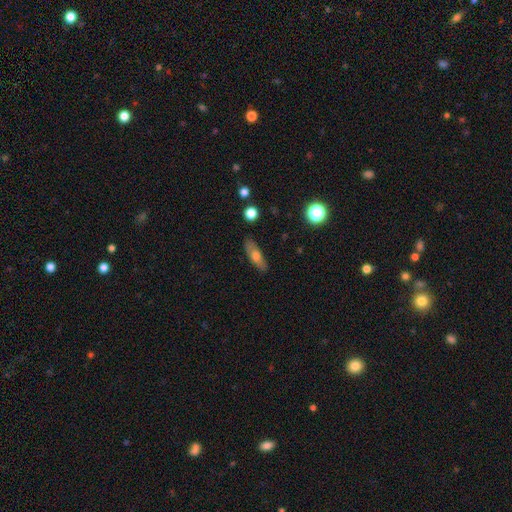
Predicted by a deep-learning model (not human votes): smooth-or-featured: smooth: 61% | featured or disk: 31% | star or artifact: 8%
  how-rounded: in between: 54% | cigar-shaped: 42% | round: 4%
  merging: none: 82% | minor disturbance: 13% | major disturbance: 3% | merger: 2%